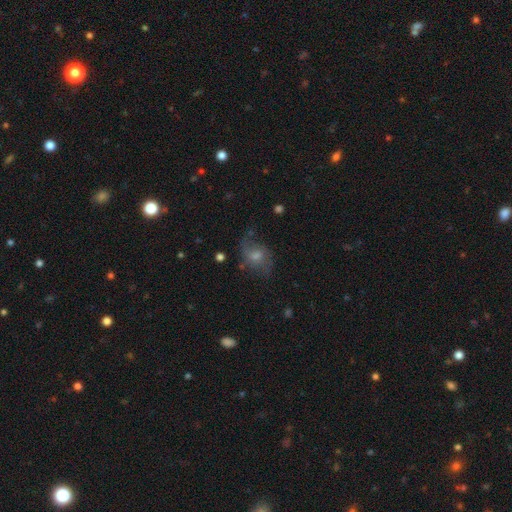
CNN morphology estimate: Overall: featured or disk (50%; smooth 33%). Edge-on disk: no (95%). Merging: none (61%; minor disturbance 22%).